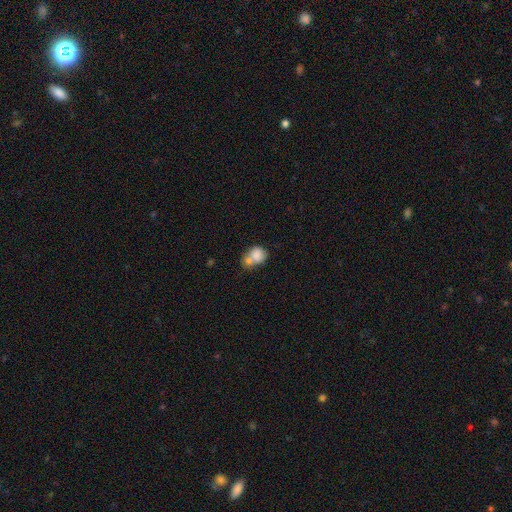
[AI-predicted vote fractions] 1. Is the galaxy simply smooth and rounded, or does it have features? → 79% smooth, 13% featured or disk, 8% star or artifact.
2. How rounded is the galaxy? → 57% round, 42% in between, 1% cigar-shaped.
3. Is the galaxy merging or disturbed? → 58% merger, 26% none, 11% minor disturbance, 5% major disturbance.